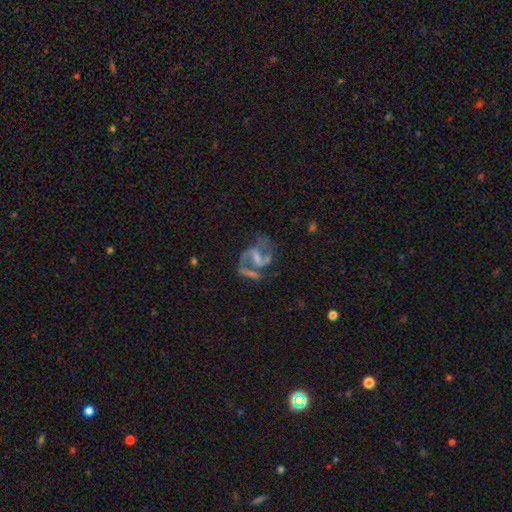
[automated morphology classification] A featured or disk galaxy (86%) with a weak bar (45%), 2 (88%) medium (55%) spiral arms (93%) and a small central bulge (44%).

Vote fractions:
- Smooth or featured? featured or disk: 86% / star or artifact: 7% / smooth: 7%
- Edge-on disk? no: 98% / yes: 2%
- Bar? weak: 45% / strong: 35% / no: 20%
- Spiral arms? yes: 93% / no: 7%
- Spiral winding? medium: 55% / loose: 30% / tight: 15%
- Spiral arm count? 2: 88% / 1: 4% / can't tell: 4% / 3: 2% / 4: 1% / more than 4: 1%
- Bulge size? small: 44% / none: 28% / moderate: 24% / large: 3% / dominant: 1%
- Merging? none: 56% / major disturbance: 19% / minor disturbance: 17% / merger: 8%